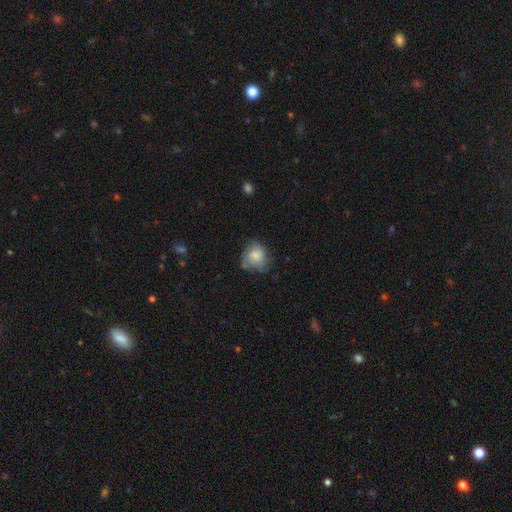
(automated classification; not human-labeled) Smooth or featured? Predicted: smooth (p=0.67). How rounded? Predicted: round (p=0.65). Merging? Predicted: none (p=0.53).